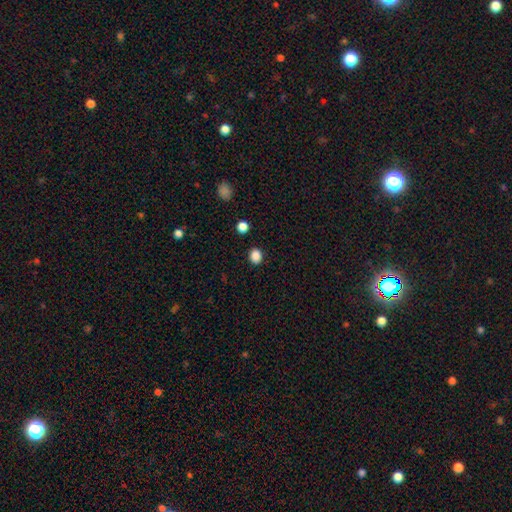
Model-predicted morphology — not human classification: This appears to be a smooth galaxy with no disk features (87%) that is round (60%). Merging: none (89%).